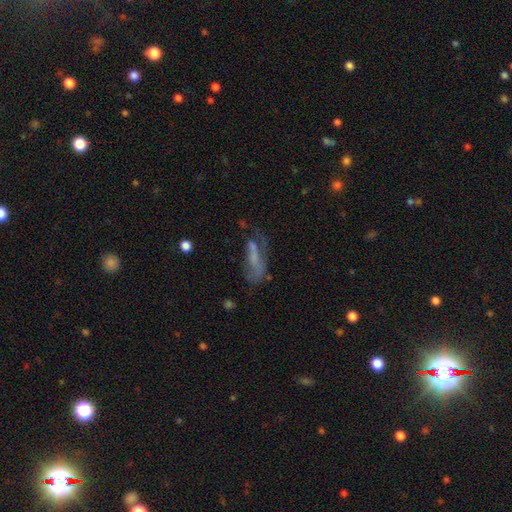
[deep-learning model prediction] Smooth or featured: smooth — 39% (tied with featured or disk — 39%)
Merging: none — 50% (minor disturbance — 23%)